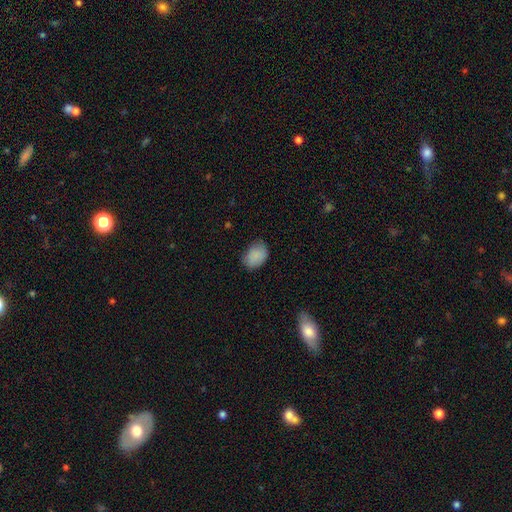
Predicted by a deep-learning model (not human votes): This is clearly a smooth galaxy (87%). How rounded: likely in between (76%). Merging: likely none (69%).